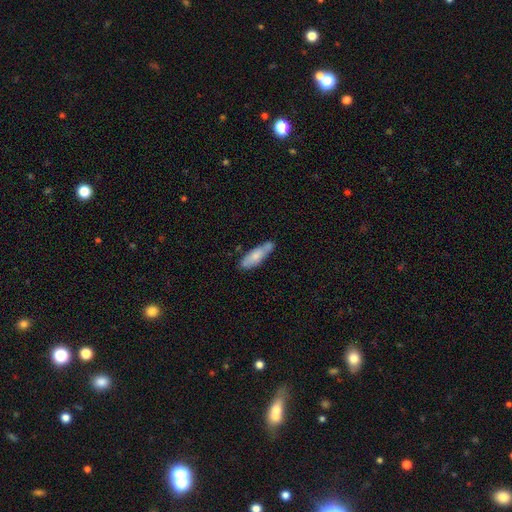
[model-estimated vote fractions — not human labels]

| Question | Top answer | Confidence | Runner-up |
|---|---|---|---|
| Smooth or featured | smooth | 71% | featured or disk (23%) |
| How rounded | cigar-shaped | 53% | in between (45%) |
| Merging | none | 59% | minor disturbance (23%) |